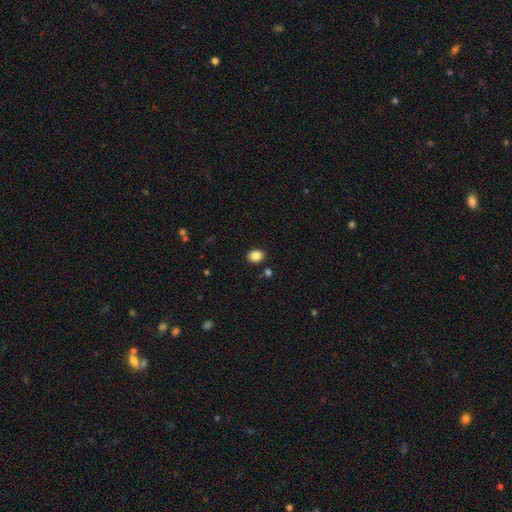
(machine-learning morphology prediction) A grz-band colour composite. It shows a smooth galaxy with no disk features (86%) that is in between round and cigar-shaped (57%). Merging: none (87%).